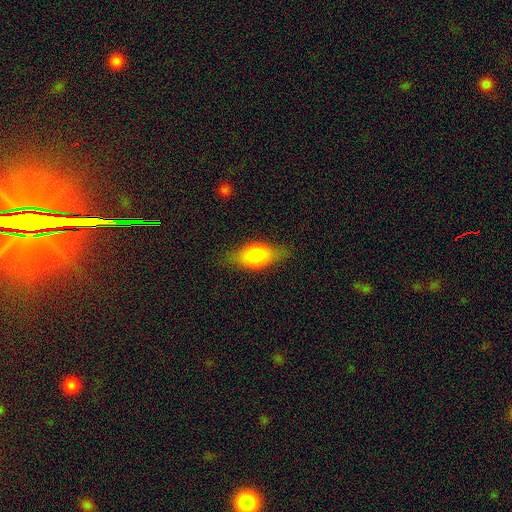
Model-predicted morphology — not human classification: A smooth galaxy with no disk features (76%) that is in between round and cigar-shaped (81%).

Vote fractions:
- Smooth or featured? smooth: 76% / featured or disk: 17% / star or artifact: 7%
- How rounded? in between: 81% / cigar-shaped: 12% / round: 7%
- Merging? none: 73% / minor disturbance: 19% / major disturbance: 6% / merger: 1%